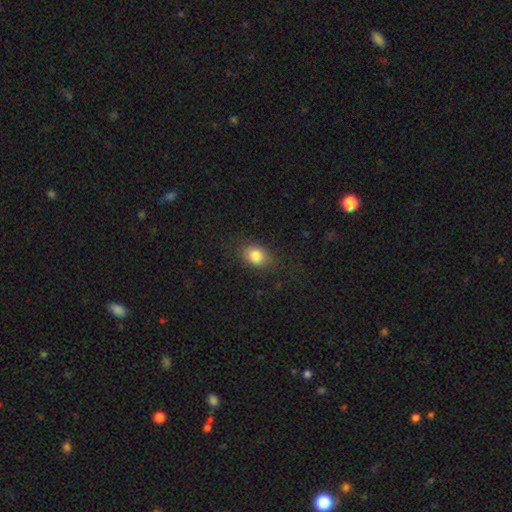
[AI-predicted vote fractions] This is clearly a smooth galaxy (83%). How rounded: likely in between (68%). Merging: likely none (80%).